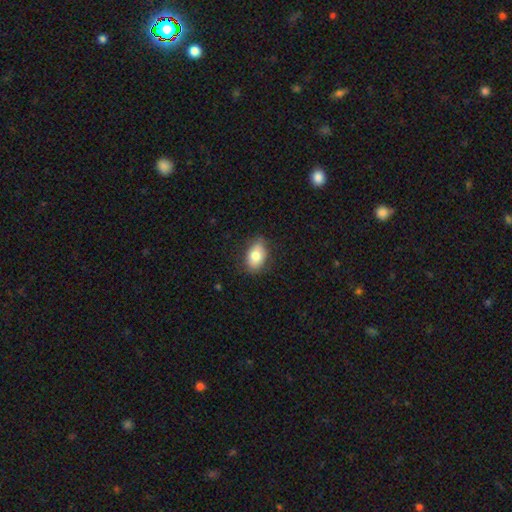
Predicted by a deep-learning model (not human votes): smooth 79%, featured or disk 14%, star or artifact 8%. Down the decision tree: how rounded — in between (86%); merging — none (79%).